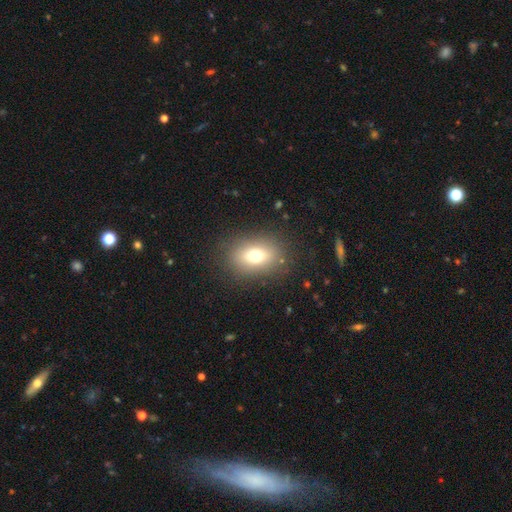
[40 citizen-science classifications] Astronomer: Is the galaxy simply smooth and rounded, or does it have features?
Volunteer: smooth — 70%.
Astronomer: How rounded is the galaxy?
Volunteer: in between — 64%.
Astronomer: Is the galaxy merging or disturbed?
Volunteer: none — 91%.